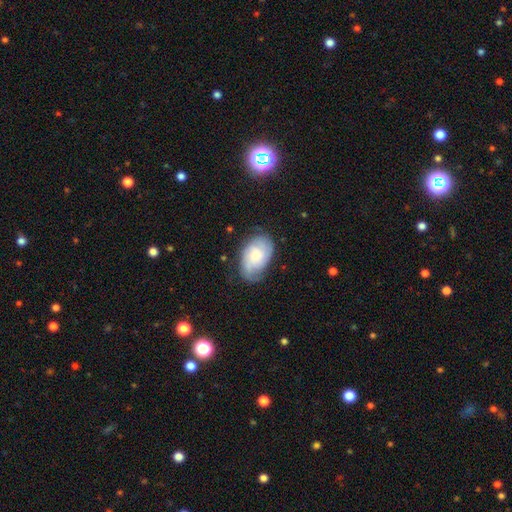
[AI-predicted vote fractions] Smooth or featured?
  - featured or disk: 51% *
  - smooth: 42%
  - star or artifact: 7%
Edge-on disk?
  - no: 96% *
  - yes: 4%
Merging?
  - none: 65% *
  - minor disturbance: 26%
  - major disturbance: 8%
  - merger: 1%